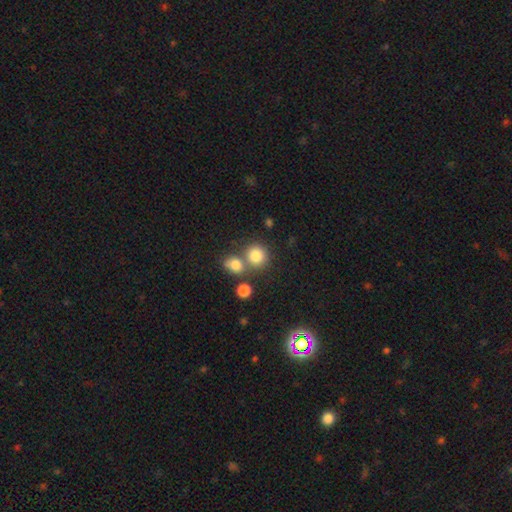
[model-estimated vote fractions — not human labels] Smooth or featured? smooth (81%)
How rounded? round (86%)
Merging? none (59%)